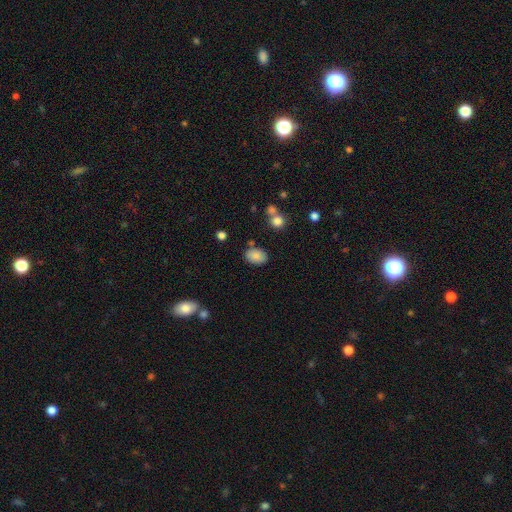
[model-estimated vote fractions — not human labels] A smooth galaxy with no disk features (84%) that is in between round and cigar-shaped (82%).

Vote fractions:
- Smooth or featured? smooth: 84% / star or artifact: 9% / featured or disk: 7%
- How rounded? in between: 82% / round: 16% / cigar-shaped: 1%
- Merging? none: 79% / minor disturbance: 13% / merger: 4% / major disturbance: 3%